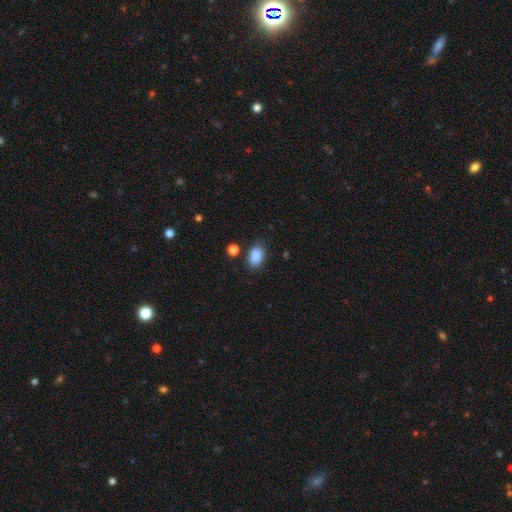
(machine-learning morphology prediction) smooth-or-featured: smooth: 88% | star or artifact: 8% | featured or disk: 4%
  how-rounded: in between: 85% | round: 14% | cigar-shaped: 1%
  merging: none: 79% | minor disturbance: 14% | major disturbance: 4% | merger: 4%